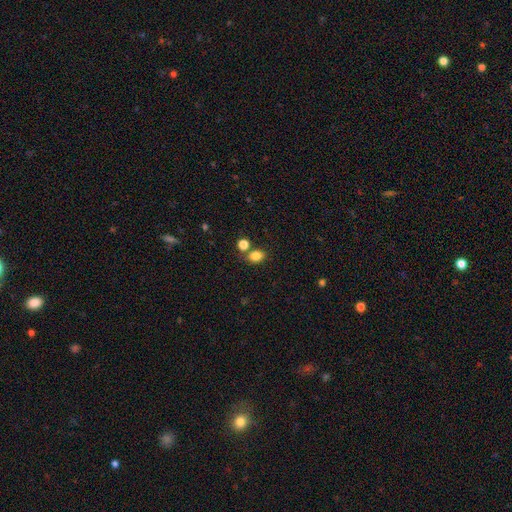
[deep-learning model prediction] Morphology: type=smooth (82%); roundness=in between (65%); merging=none (69%).